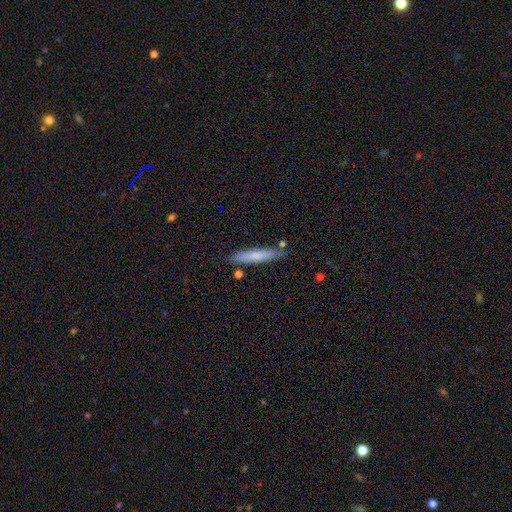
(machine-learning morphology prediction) A smooth galaxy with no disk features (70%) that is cigar-shaped (91%).

Vote fractions:
- Smooth or featured? smooth: 70% / featured or disk: 25% / star or artifact: 6%
- How rounded? cigar-shaped: 91% / in between: 8% / round: 1%
- Merging? none: 82% / minor disturbance: 12% / merger: 4% / major disturbance: 2%